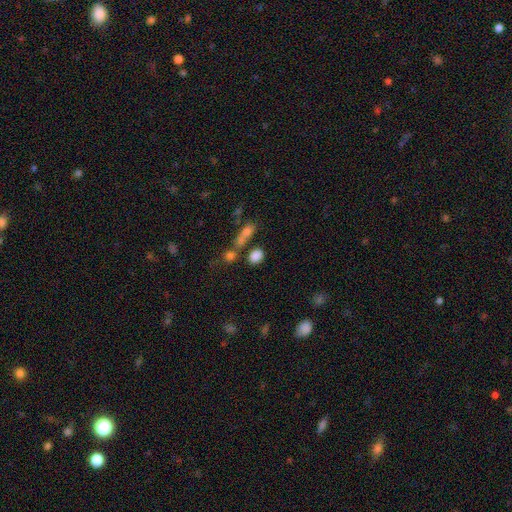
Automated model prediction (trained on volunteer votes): Overall: smooth (81%). How rounded: in between (50%; round 47%). Merging: none (59%; merger 23%).